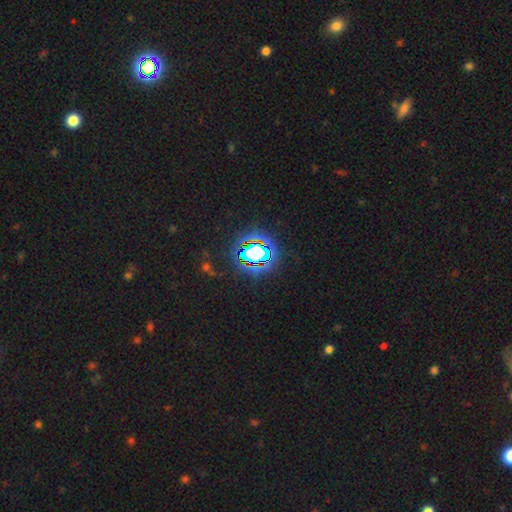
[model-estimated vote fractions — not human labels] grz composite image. It shows a star or artifact, not a galaxy (82%).